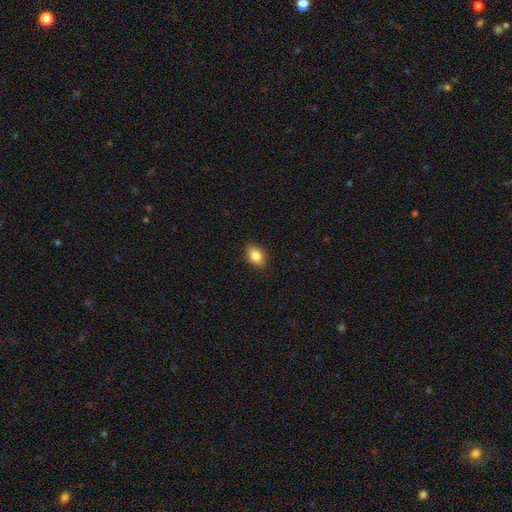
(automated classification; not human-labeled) A smooth galaxy with no disk features (84%) that is in between round and cigar-shaped (74%).

Vote fractions:
- Smooth or featured? smooth: 84% / star or artifact: 9% / featured or disk: 7%
- How rounded? in between: 74% / round: 24% / cigar-shaped: 1%
- Merging? none: 87% / minor disturbance: 10% / major disturbance: 2% / merger: 1%